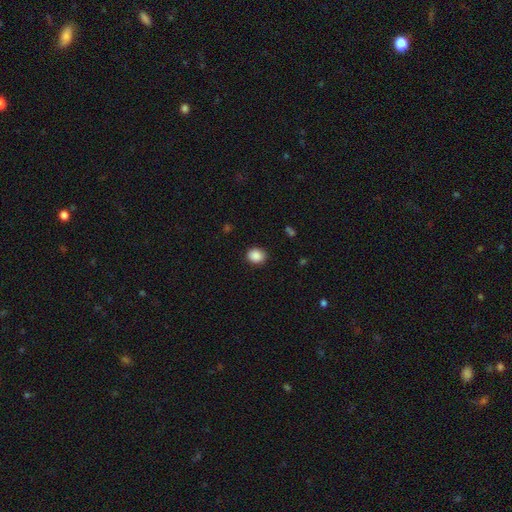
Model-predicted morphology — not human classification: type=smooth (88%); roundness=round (64%); merging=none (88%).